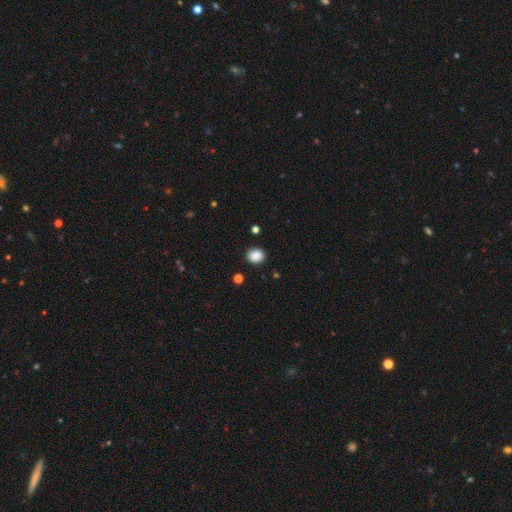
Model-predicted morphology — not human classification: The model was most divided on "how rounded": round: 66%, in between: 33%, cigar-shaped: 1%. More confident: merging — none (88%); smooth or featured — smooth (87%).